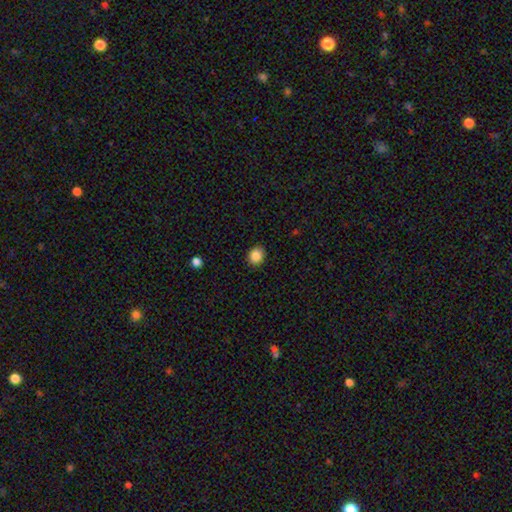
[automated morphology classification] The model was most divided on "how rounded": round: 81%, in between: 18%, cigar-shaped: 1%. More confident: merging — none (90%); smooth or featured — smooth (86%).